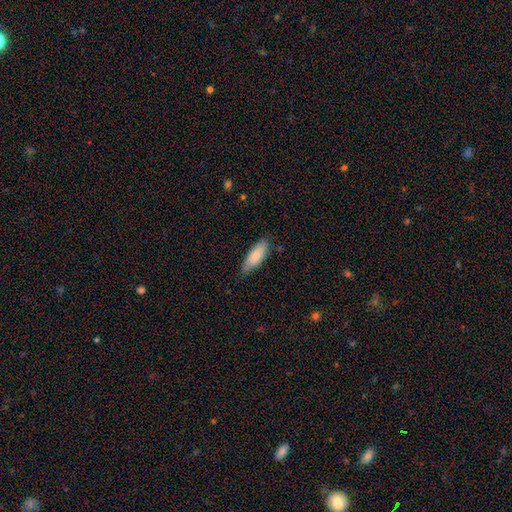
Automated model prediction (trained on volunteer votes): Smooth or featured? smooth (80%)
How rounded? in between (67%)
Merging? none (75%)